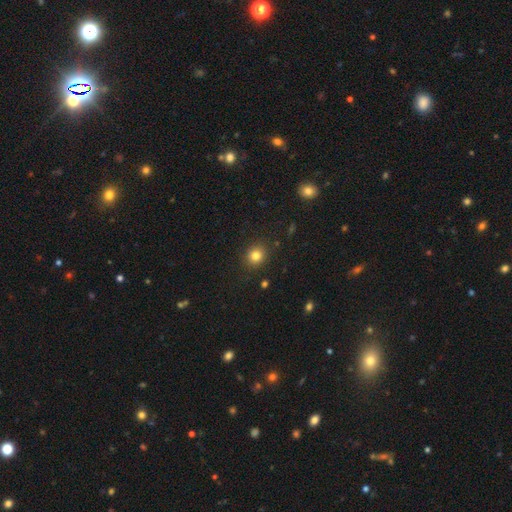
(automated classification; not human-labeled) This appears to be a smooth galaxy with no disk features (82%) that is round (80%). Merging: none (88%).